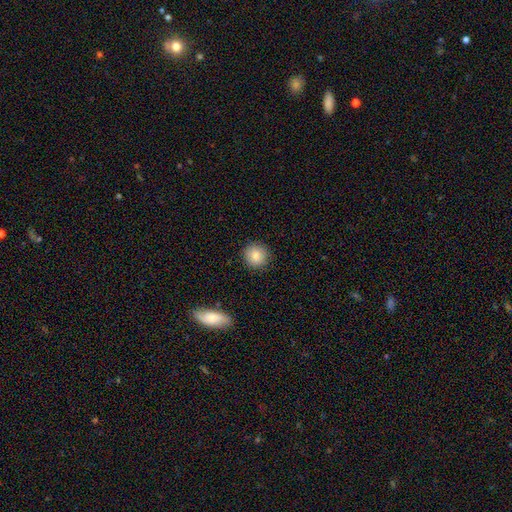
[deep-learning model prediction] Smooth or featured? Predicted: smooth (p=0.84). How rounded? Predicted: round (p=0.92). Merging? Predicted: none (p=0.89).